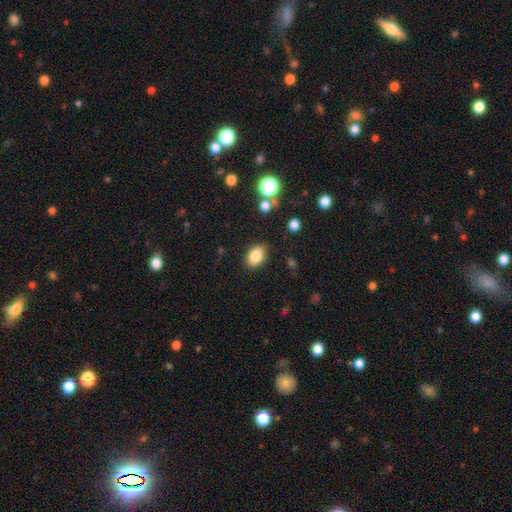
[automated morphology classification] This appears to be a smooth galaxy with no disk features (83%) that is in between round and cigar-shaped (85%). Merging: none (83%).